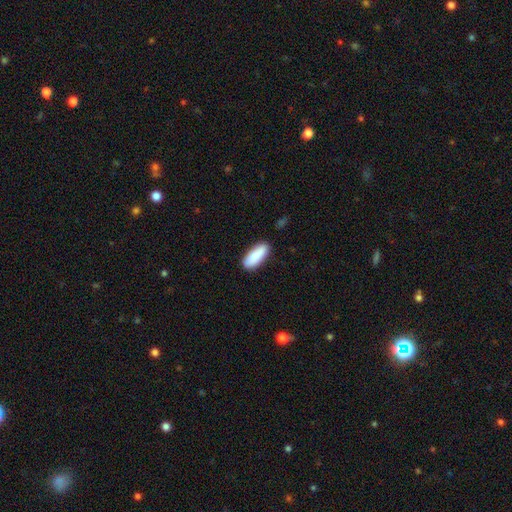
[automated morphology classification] Smooth or featured: smooth — 89% (star or artifact — 6%)
How rounded: in between — 72% (cigar-shaped — 26%)
Merging: none — 87% (minor disturbance — 10%)